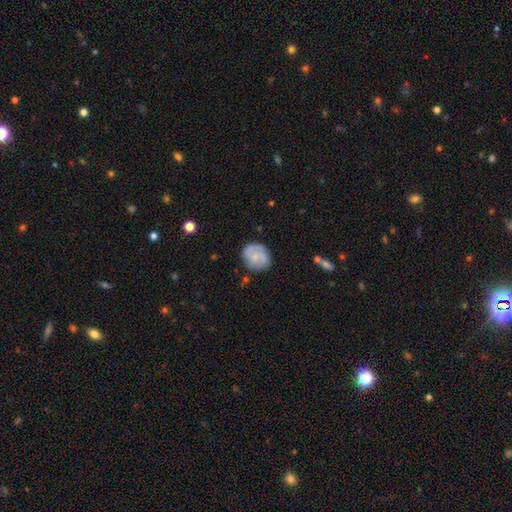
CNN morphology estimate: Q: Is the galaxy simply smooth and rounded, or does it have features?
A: featured or disk — 54%.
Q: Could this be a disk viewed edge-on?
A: no — 98%.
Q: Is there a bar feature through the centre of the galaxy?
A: no — 66%.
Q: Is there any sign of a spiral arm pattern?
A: yes — 86%.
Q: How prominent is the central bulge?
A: small — 52%.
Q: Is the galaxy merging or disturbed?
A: none — 78%.